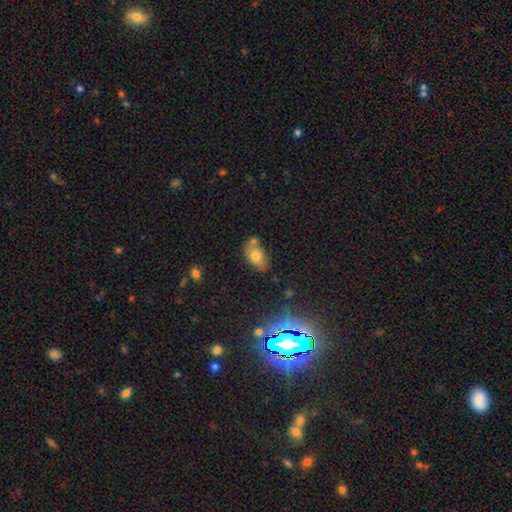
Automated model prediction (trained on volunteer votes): A smooth galaxy with no disk features (72%) that is in between round and cigar-shaped (87%). Merging: none (54%).